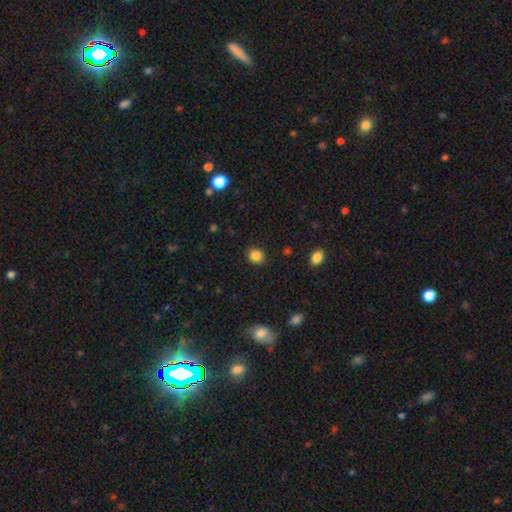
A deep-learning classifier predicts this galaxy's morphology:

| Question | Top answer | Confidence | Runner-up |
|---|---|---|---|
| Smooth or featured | smooth | 86% | star or artifact (11%) |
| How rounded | round | 74% | in between (25%) |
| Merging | none | 89% | minor disturbance (7%) |